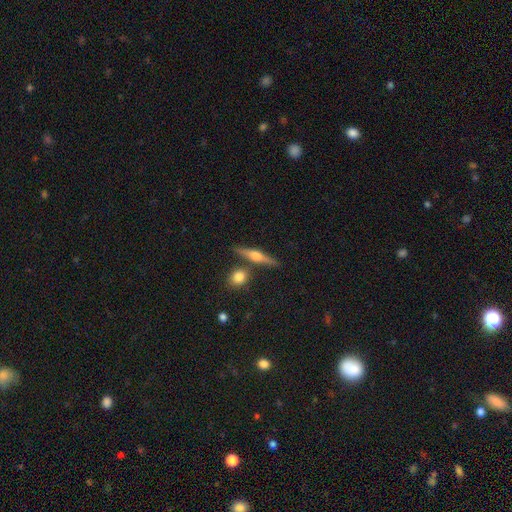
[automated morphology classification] featured or disk 64%, smooth 29%, star or artifact 7%. Down the decision tree: edge-on disk — yes (96%); edge-on bulge — rounded (87%); merging — none (79%).